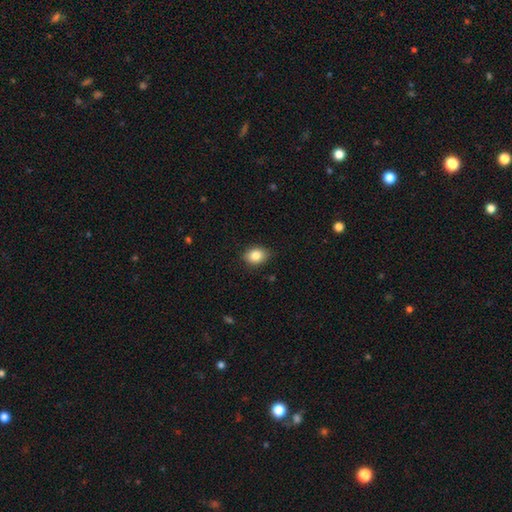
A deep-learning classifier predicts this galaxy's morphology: Smooth or featured?
  - smooth: 84% *
  - star or artifact: 9%
  - featured or disk: 7%
How rounded?
  - in between: 62% *
  - round: 37%
  - cigar-shaped: 1%
Merging?
  - none: 84% *
  - minor disturbance: 13%
  - major disturbance: 2%
  - merger: 1%